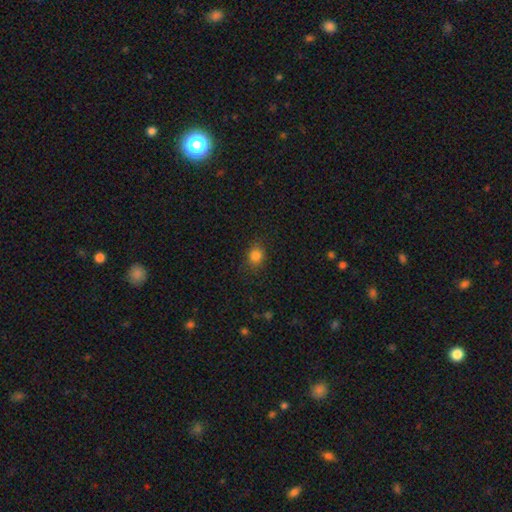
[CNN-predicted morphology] Smooth or featured? smooth (82%)
How rounded? round (62%)
Merging? none (85%)